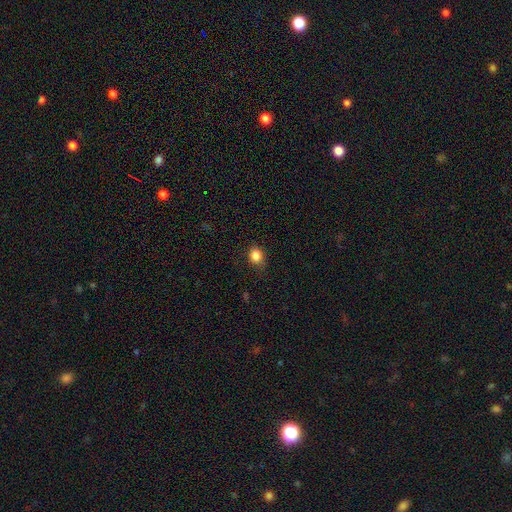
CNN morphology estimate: Overall: smooth (85%). How rounded: round (63%; in between 36%). Merging: none (78%).